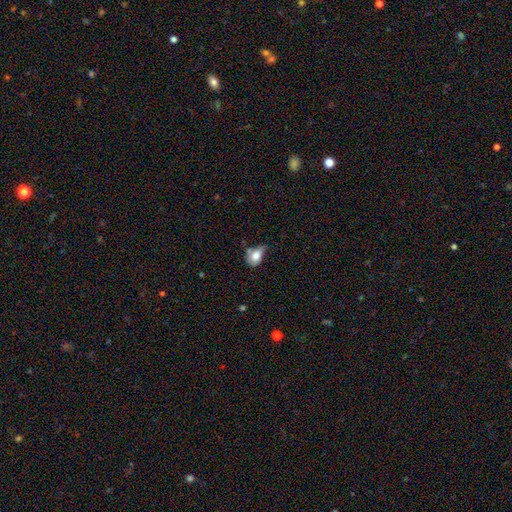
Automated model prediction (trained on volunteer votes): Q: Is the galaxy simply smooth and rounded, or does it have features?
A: smooth — 75%.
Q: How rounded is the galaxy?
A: in between — 73%.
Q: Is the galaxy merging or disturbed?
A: minor disturbance — 40%.